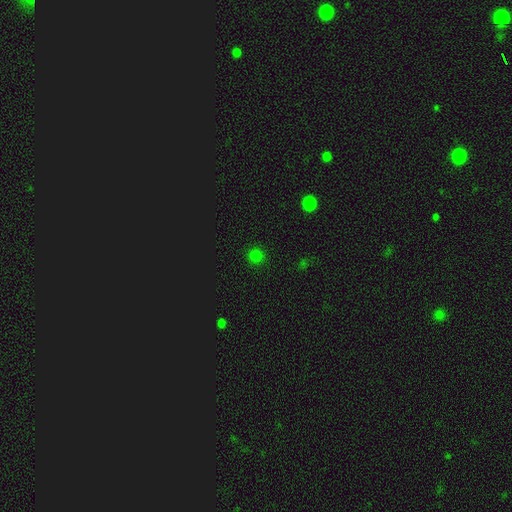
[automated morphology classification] The model was most divided on "smooth or featured": smooth: 76%, star or artifact: 20%, featured or disk: 4%. More confident: how rounded — round (94%); merging — none (92%).